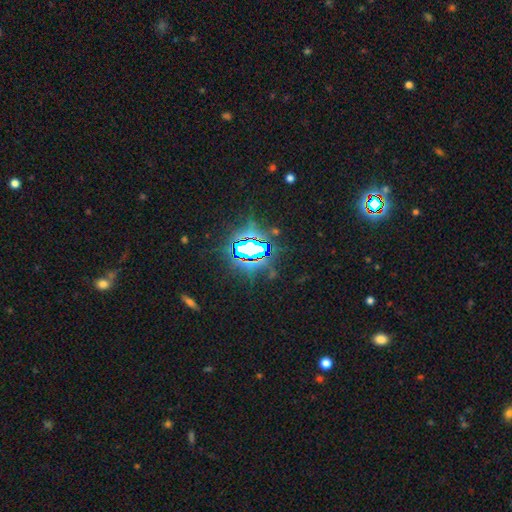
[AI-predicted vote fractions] Smooth or featured? Predicted: star or artifact (p=0.78).